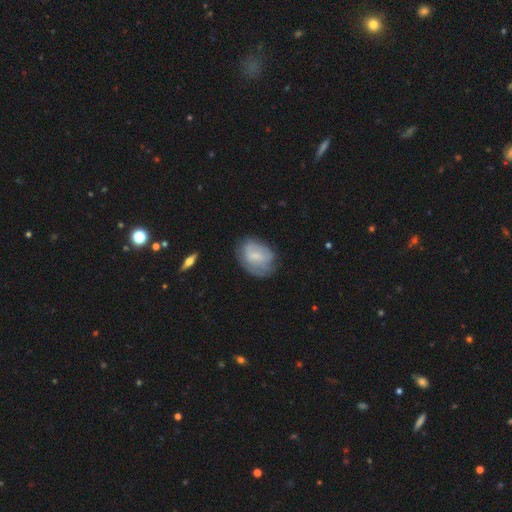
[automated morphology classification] Smooth or featured? Predicted: smooth (p=0.51). How rounded? Predicted: in between (p=0.75). Merging? Predicted: none (p=0.59).